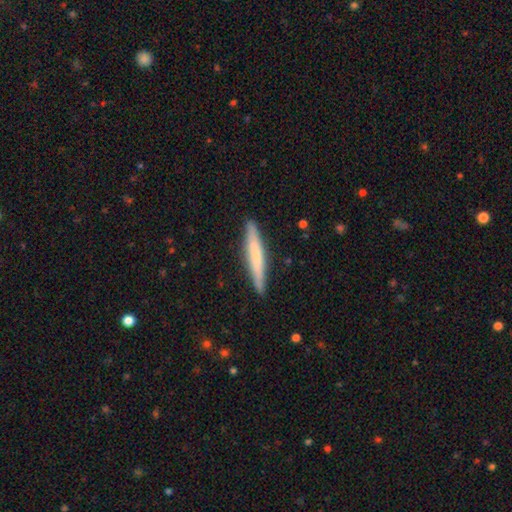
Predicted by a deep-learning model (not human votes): Q: Smooth or featured?
A: smooth (61%); runner-up: featured or disk (33%)
Q: How rounded?
A: cigar-shaped (95%); runner-up: in between (4%)
Q: Merging?
A: none (88%); runner-up: minor disturbance (9%)